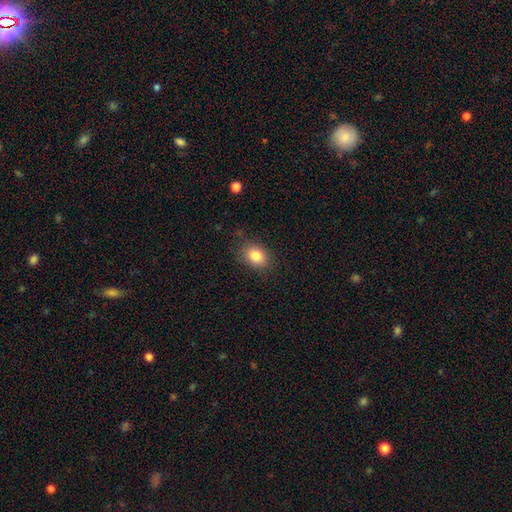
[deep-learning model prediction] A smooth galaxy with no disk features (84%) that is in between round and cigar-shaped (68%).

Vote fractions:
- Smooth or featured? smooth: 84% / star or artifact: 9% / featured or disk: 7%
- How rounded? in between: 68% / round: 31% / cigar-shaped: 1%
- Merging? none: 82% / minor disturbance: 13% / major disturbance: 3% / merger: 1%